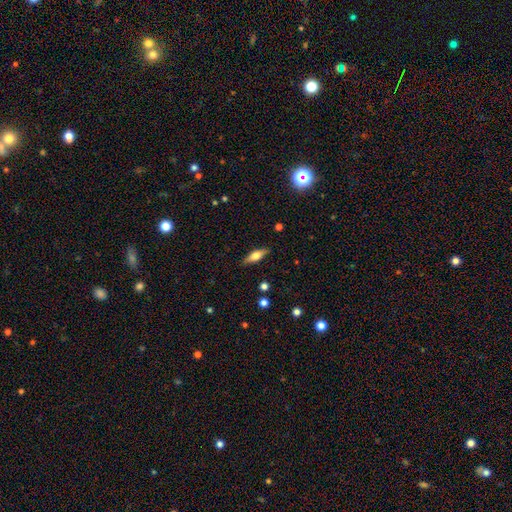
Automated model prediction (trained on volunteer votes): This appears to be a smooth galaxy with no disk features (51%) that is in between round and cigar-shaped (52%). Merging: none (86%).